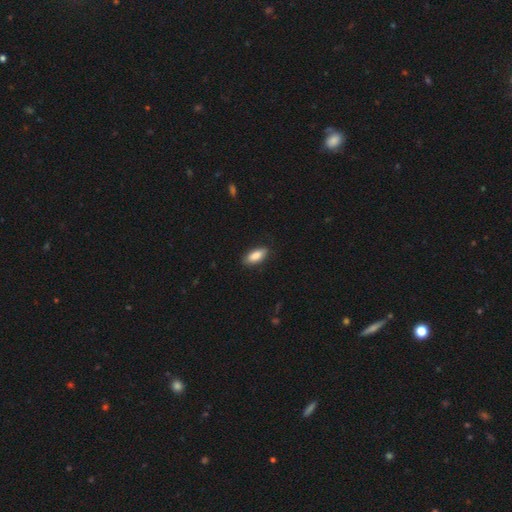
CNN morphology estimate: smooth_or_featured: smooth (p=0.86) [alt: featured or disk p=0.07]
how_rounded: in between (p=0.85) [alt: cigar-shaped p=0.13]
merging: none (p=0.84) [alt: minor disturbance p=0.13]